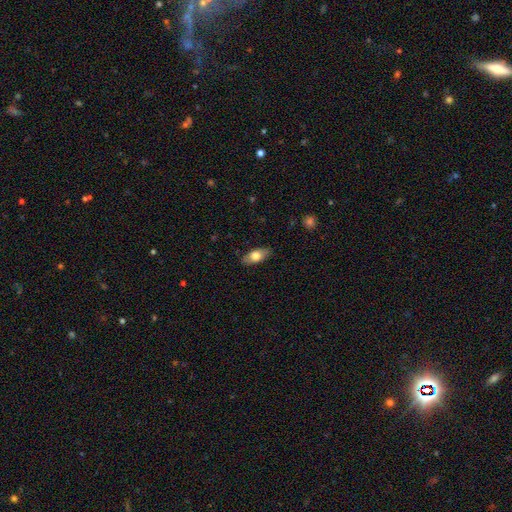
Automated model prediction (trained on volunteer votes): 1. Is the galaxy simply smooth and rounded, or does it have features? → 72% smooth, 22% featured or disk, 6% star or artifact.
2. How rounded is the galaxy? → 86% in between, 11% cigar-shaped, 4% round.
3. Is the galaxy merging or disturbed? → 86% none, 11% minor disturbance, 2% major disturbance, 1% merger.